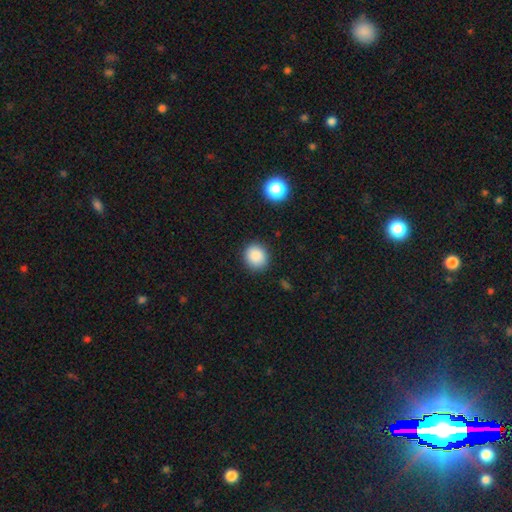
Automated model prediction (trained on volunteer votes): This appears to be a smooth galaxy with no disk features (87%) that is round (82%). Merging: none (88%).